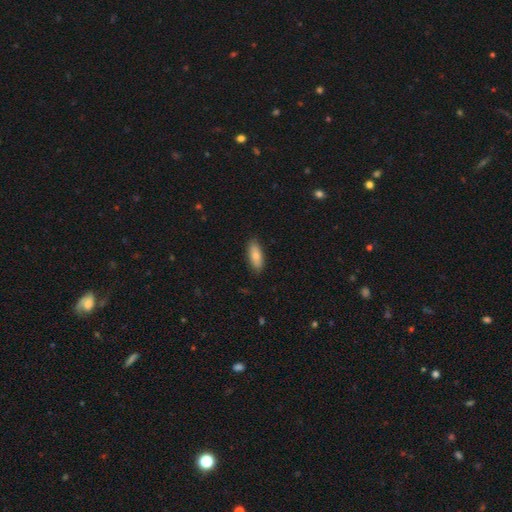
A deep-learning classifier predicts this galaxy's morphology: Smooth or featured? smooth (77%)
How rounded? in between (75%)
Merging? none (87%)